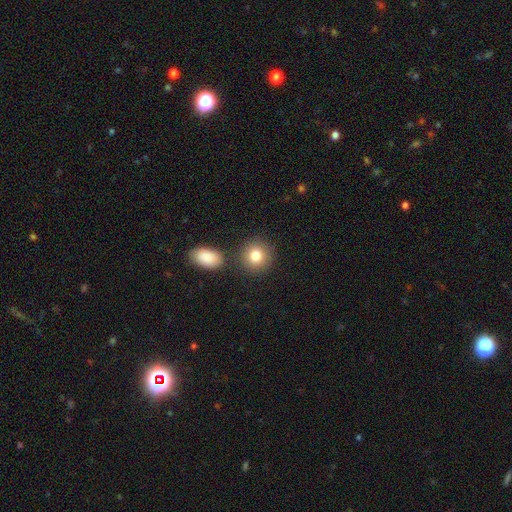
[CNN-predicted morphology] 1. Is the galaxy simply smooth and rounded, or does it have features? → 83% smooth, 9% star or artifact, 9% featured or disk.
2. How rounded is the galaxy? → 85% round, 14% in between, 1% cigar-shaped.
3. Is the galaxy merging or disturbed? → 78% none, 11% merger, 9% minor disturbance, 3% major disturbance.